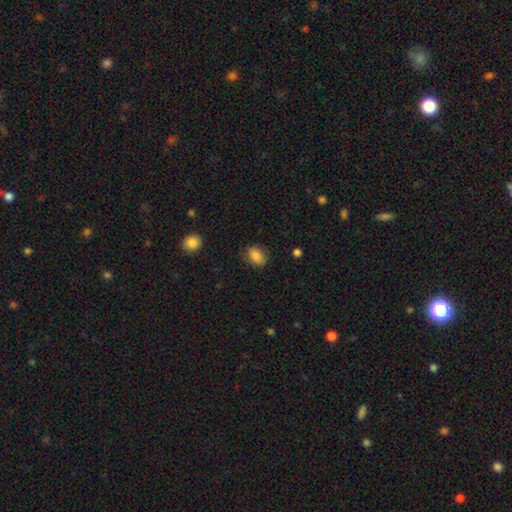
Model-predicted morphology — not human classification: A smooth galaxy with no disk features (87%) that is in between round and cigar-shaped (80%).

Vote fractions:
- Smooth or featured? smooth: 87% / star or artifact: 8% / featured or disk: 5%
- How rounded? in between: 80% / round: 18% / cigar-shaped: 2%
- Merging? none: 76% / minor disturbance: 18% / major disturbance: 5% / merger: 1%